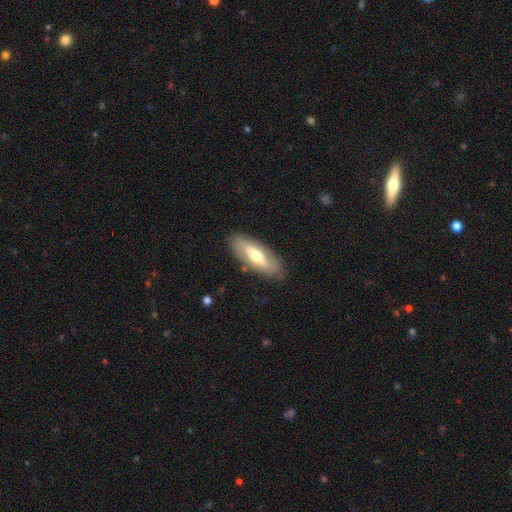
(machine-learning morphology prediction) A smooth galaxy with no disk features (51%) that is in between round and cigar-shaped (69%).

Vote fractions:
- Smooth or featured? smooth: 51% / featured or disk: 44% / star or artifact: 6%
- How rounded? in between: 69% / cigar-shaped: 29% / round: 2%
- Merging? none: 83% / minor disturbance: 12% / major disturbance: 3% / merger: 2%